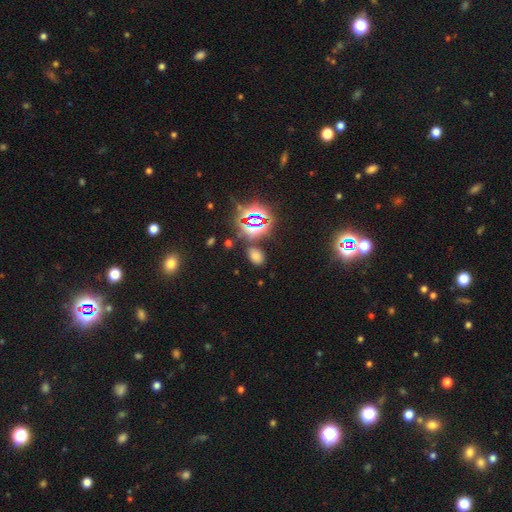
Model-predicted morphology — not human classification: The model was most divided on "smooth or featured": smooth: 56%, star or artifact: 37%, featured or disk: 7%. More confident: merging — none (81%); how rounded — in between (80%).